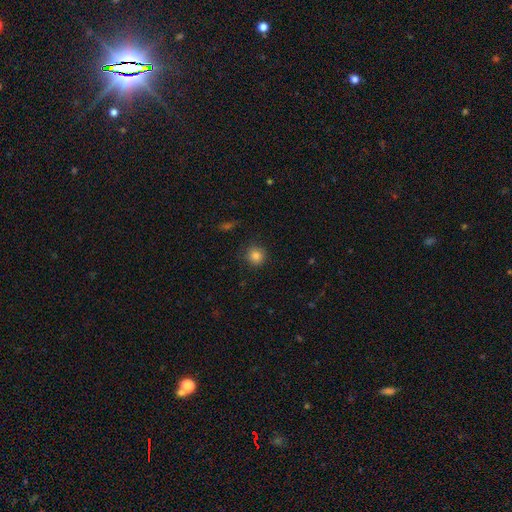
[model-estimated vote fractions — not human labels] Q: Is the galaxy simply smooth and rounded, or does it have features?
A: smooth — 83%.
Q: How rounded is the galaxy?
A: round — 93%.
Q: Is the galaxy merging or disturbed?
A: none — 88%.